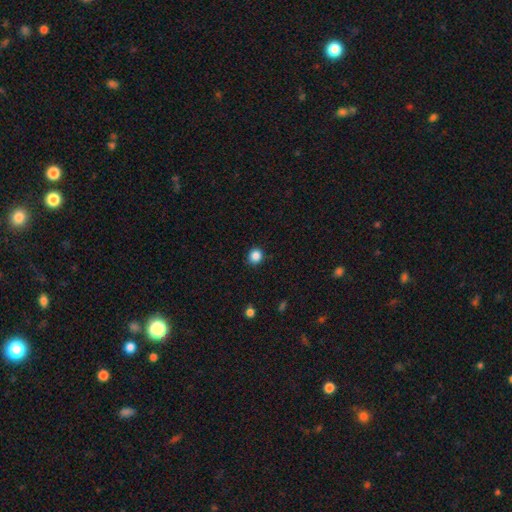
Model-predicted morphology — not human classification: A smooth galaxy with no disk features (86%) that is round (87%). Merging: none (89%).